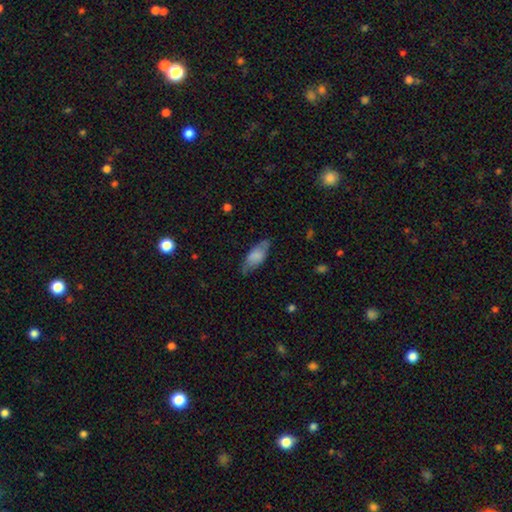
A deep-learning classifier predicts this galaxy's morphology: The model was most divided on "merging": none: 68%, minor disturbance: 24%, major disturbance: 7%, merger: 2%. More confident: how rounded — in between (81%); smooth or featured — smooth (73%).